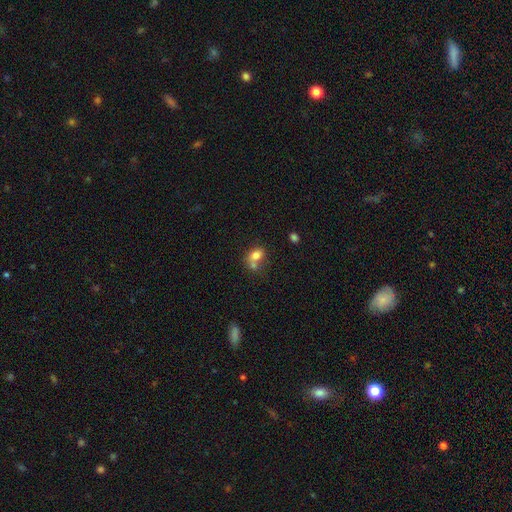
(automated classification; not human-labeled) A smooth galaxy with no disk features (76%) that is in between round and cigar-shaped (65%).

Vote fractions:
- Smooth or featured? smooth: 76% / featured or disk: 13% / star or artifact: 10%
- How rounded? in between: 65% / round: 33% / cigar-shaped: 1%
- Merging? merger: 48% / none: 33% / minor disturbance: 13% / major disturbance: 6%